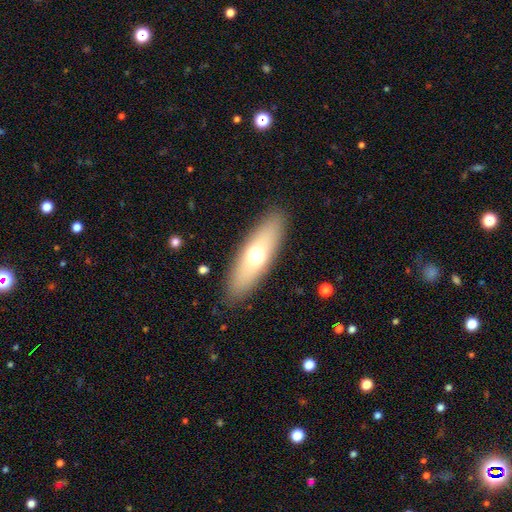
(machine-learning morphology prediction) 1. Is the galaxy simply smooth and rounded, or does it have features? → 62% smooth, 31% featured or disk, 7% star or artifact.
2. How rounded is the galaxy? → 55% in between, 42% cigar-shaped, 3% round.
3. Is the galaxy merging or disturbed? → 88% none, 8% minor disturbance, 3% major disturbance, 1% merger.